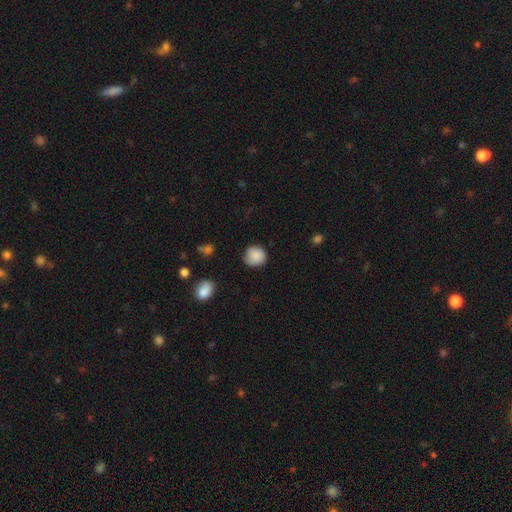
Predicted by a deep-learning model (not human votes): Smooth or featured? Predicted: smooth (p=0.86). How rounded? Predicted: round (p=0.88). Merging? Predicted: none (p=0.79).